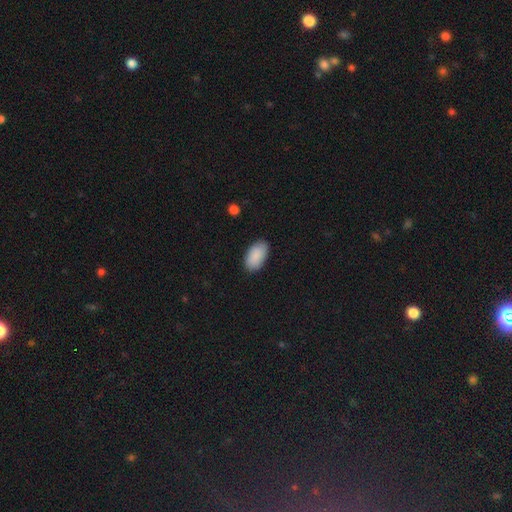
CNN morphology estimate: The model was most divided on "merging": none: 87%, minor disturbance: 10%, major disturbance: 2%, merger: 1%. More confident: how rounded — in between (95%); smooth or featured — smooth (90%).